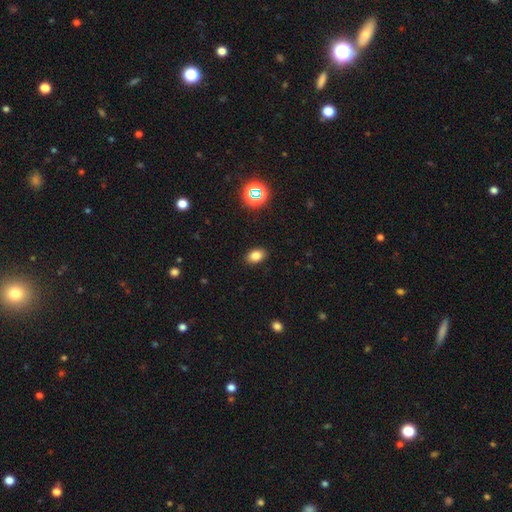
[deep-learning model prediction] Overall: smooth (80%). How rounded: in between (81%). Merging: none (89%).